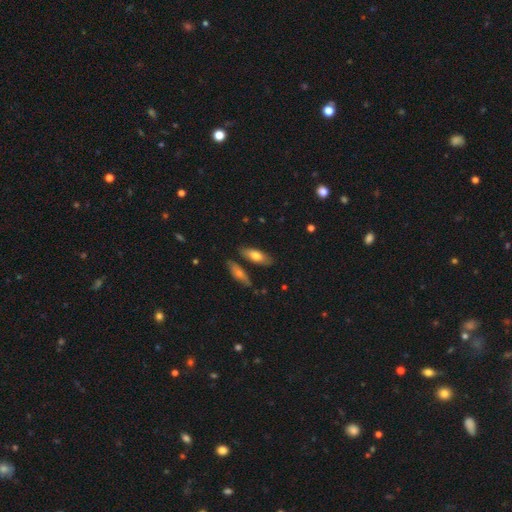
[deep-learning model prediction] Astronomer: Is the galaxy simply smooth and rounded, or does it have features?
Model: smooth — 69%.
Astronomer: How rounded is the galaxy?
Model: in between — 65%.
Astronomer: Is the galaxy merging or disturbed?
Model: none — 76%.